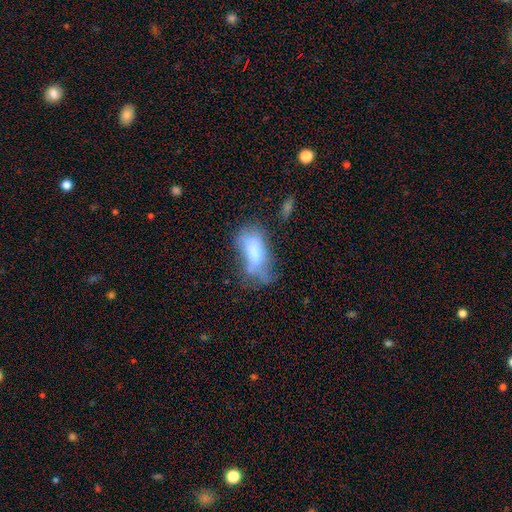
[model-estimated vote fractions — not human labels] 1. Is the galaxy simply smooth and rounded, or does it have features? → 55% smooth, 35% featured or disk, 10% star or artifact.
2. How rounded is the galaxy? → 84% in between, 13% cigar-shaped, 4% round.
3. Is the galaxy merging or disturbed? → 34% none, 30% minor disturbance, 27% major disturbance, 9% merger.